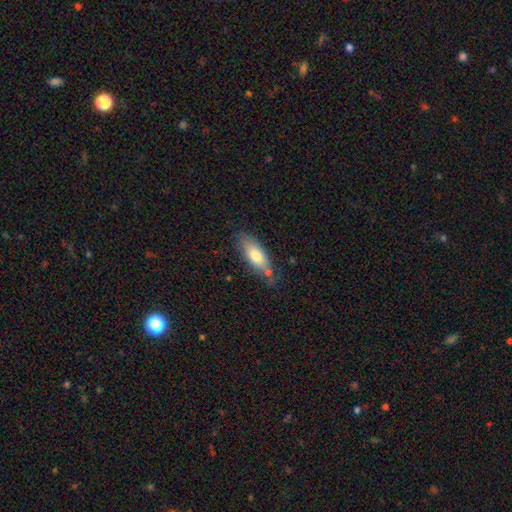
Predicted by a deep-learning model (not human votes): A smooth galaxy with no disk features (76%) that is in between round and cigar-shaped (75%).

Vote fractions:
- Smooth or featured? smooth: 76% / featured or disk: 17% / star or artifact: 6%
- How rounded? in between: 75% / cigar-shaped: 23% / round: 2%
- Merging? none: 70% / minor disturbance: 20% / merger: 6% / major disturbance: 4%